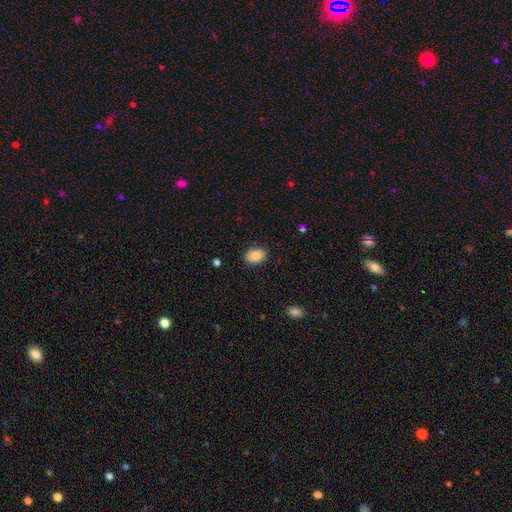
This appears to be a smooth galaxy with no disk features (82%) that is in between round and cigar-shaped (84%). Merging: none (94%).